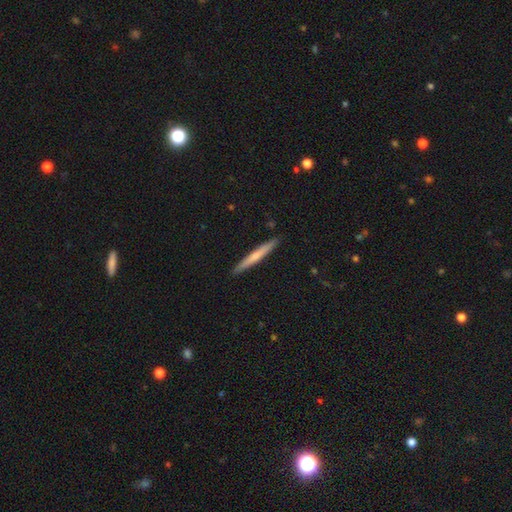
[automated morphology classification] Smooth or featured: smooth — 56% (featured or disk — 39%)
How rounded: cigar-shaped — 96% (in between — 2%)
Merging: none — 91% (minor disturbance — 6%)